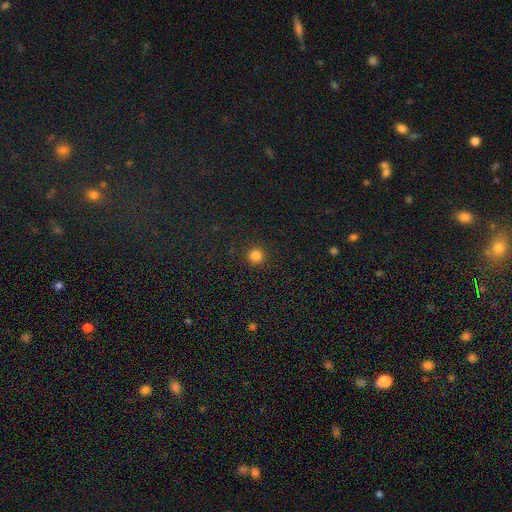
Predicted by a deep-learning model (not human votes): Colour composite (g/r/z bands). It shows a smooth galaxy with no disk features (83%) that is round (95%). Merging: none (92%).